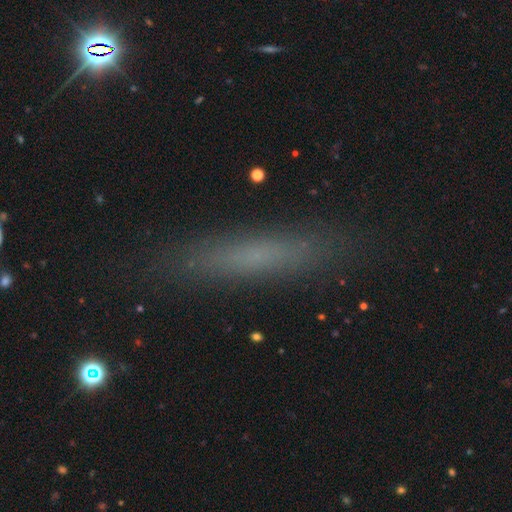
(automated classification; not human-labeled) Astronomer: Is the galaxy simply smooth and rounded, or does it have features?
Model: smooth — 55% (runner-up: featured or disk, 31%).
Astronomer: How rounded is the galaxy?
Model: cigar-shaped — 89%.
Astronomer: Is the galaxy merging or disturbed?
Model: none — 87%.